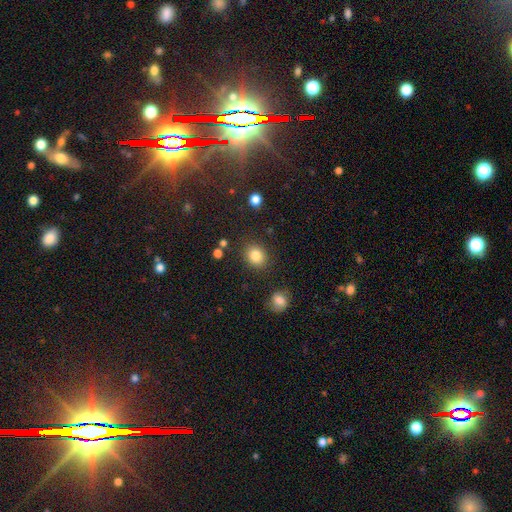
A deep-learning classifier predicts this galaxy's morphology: Smooth or featured? Predicted: smooth (p=0.85). How rounded? Predicted: round (p=0.68). Merging? Predicted: none (p=0.84).